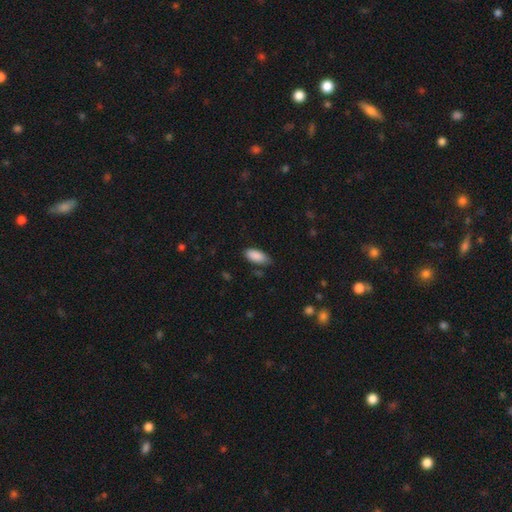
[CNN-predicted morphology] Smooth or featured?
  - smooth: 89% *
  - star or artifact: 7%
  - featured or disk: 5%
How rounded?
  - in between: 89% *
  - cigar-shaped: 8%
  - round: 2%
Merging?
  - none: 70% *
  - minor disturbance: 25%
  - major disturbance: 4%
  - merger: 2%